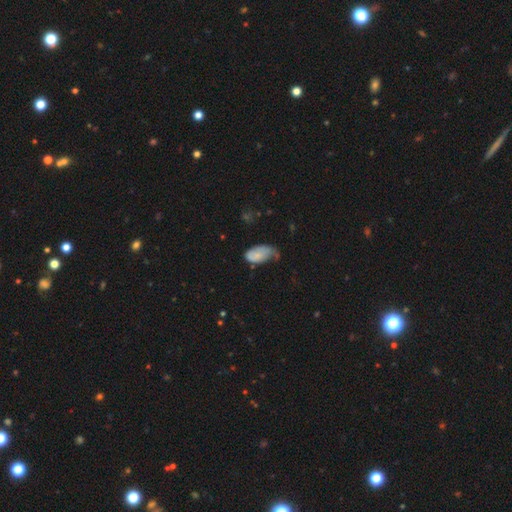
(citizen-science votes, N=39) smooth_or_featured: smooth (p=0.87) [alt: featured or disk p=0.13]
how_rounded: in between (p=0.97) [alt: round p=0.03]
merging: minor disturbance (p=0.51) [alt: none p=0.31]